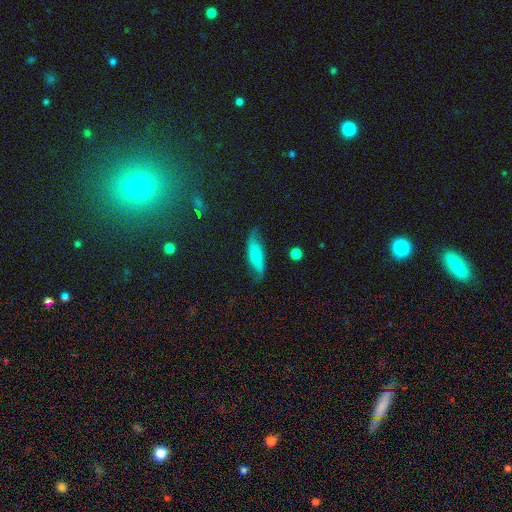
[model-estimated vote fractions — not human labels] smooth_or_featured: smooth (p=0.56) [alt: featured or disk p=0.36]
how_rounded: in between (p=0.53) [alt: cigar-shaped p=0.44]
merging: none (p=0.64) [alt: minor disturbance p=0.26]